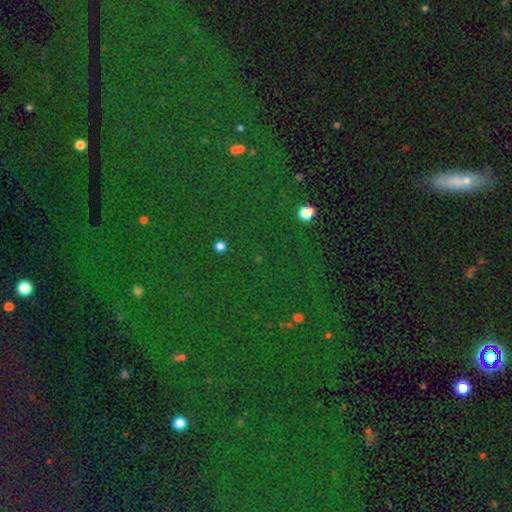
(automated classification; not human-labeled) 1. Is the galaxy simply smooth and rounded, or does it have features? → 79% star or artifact, 12% smooth, 9% featured or disk.